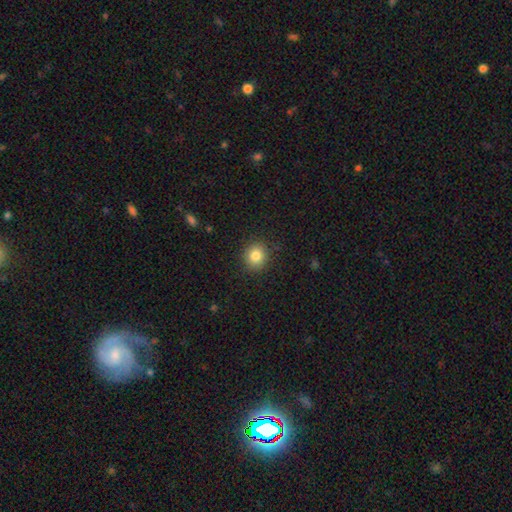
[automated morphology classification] smooth-or-featured: smooth: 83% | star or artifact: 11% | featured or disk: 6%
  how-rounded: round: 86% | in between: 13% | cigar-shaped: 1%
  merging: none: 90% | minor disturbance: 7% | major disturbance: 2% | merger: 1%